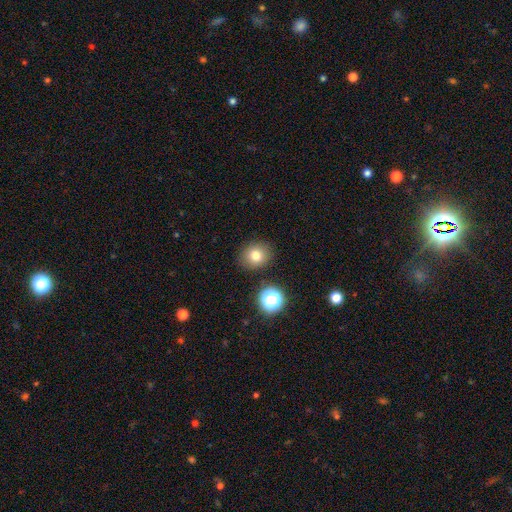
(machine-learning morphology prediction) A smooth galaxy with no disk features (78%) that is round (77%).

Vote fractions:
- Smooth or featured? smooth: 78% / star or artifact: 13% / featured or disk: 9%
- How rounded? round: 77% / in between: 22% / cigar-shaped: 1%
- Merging? none: 87% / minor disturbance: 8% / merger: 3% / major disturbance: 2%